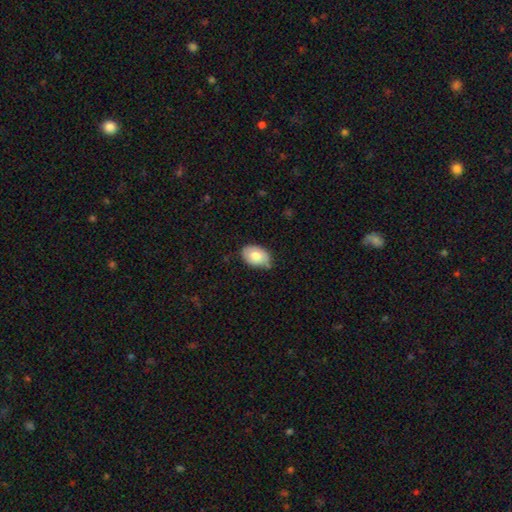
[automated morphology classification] This is likely a smooth galaxy (76%). How rounded: clearly in between (84%). Merging: likely none (66%).